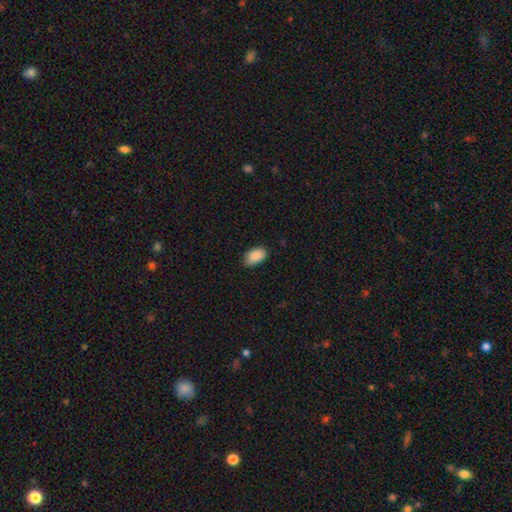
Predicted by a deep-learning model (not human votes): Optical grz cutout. It shows a smooth galaxy with no disk features (89%) that is in between round and cigar-shaped (92%). Merging: none (78%).